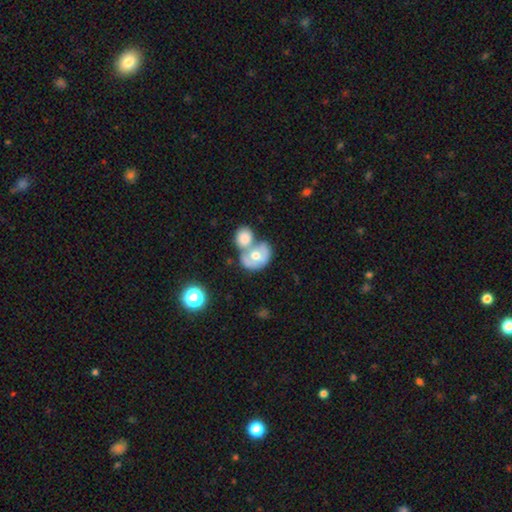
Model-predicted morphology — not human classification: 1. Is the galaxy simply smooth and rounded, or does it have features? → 51% smooth, 41% featured or disk, 8% star or artifact.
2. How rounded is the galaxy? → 55% in between, 44% round, 1% cigar-shaped.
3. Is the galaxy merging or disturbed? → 61% merger, 22% none, 10% minor disturbance, 6% major disturbance.